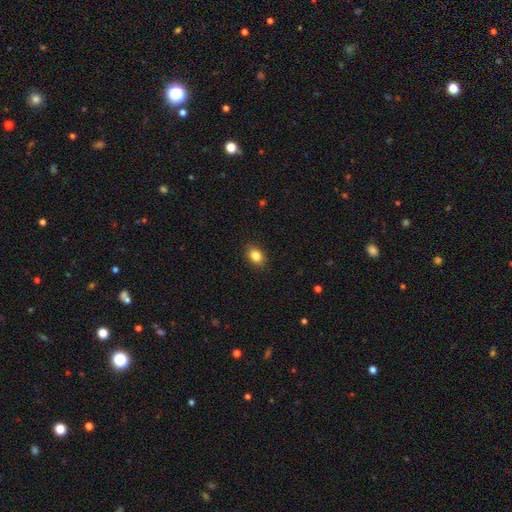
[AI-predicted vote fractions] Smooth or featured? Predicted: smooth (p=0.85). How rounded? Predicted: in between (p=0.71). Merging? Predicted: none (p=0.88).